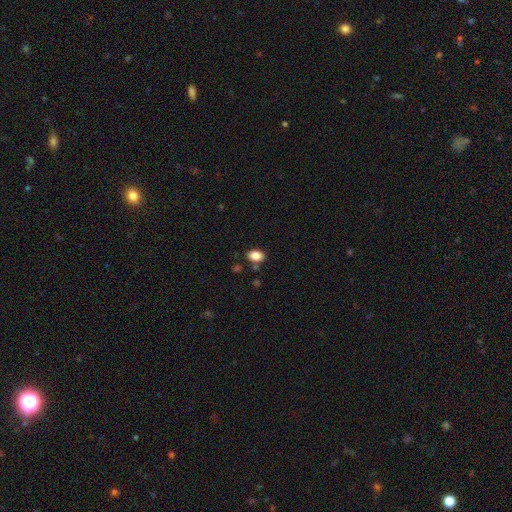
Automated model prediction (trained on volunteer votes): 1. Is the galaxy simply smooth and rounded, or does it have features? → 86% smooth, 9% star or artifact, 5% featured or disk.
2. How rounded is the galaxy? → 85% in between, 13% round, 1% cigar-shaped.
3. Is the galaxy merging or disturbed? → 79% none, 12% minor disturbance, 6% merger, 3% major disturbance.